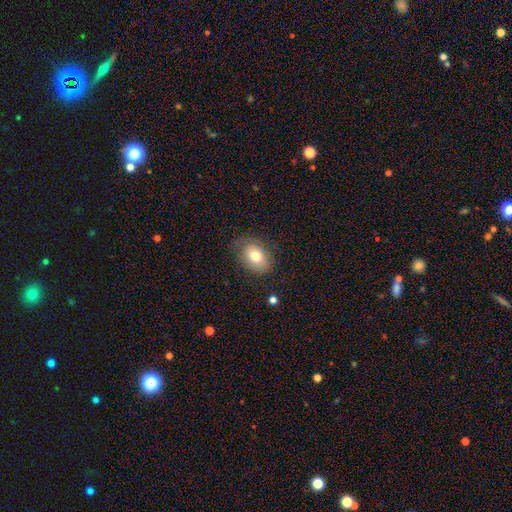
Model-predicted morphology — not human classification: smooth_or_featured: smooth (p=0.75) [alt: featured or disk p=0.16]
how_rounded: in between (p=0.75) [alt: round p=0.24]
merging: none (p=0.75) [alt: minor disturbance p=0.18]